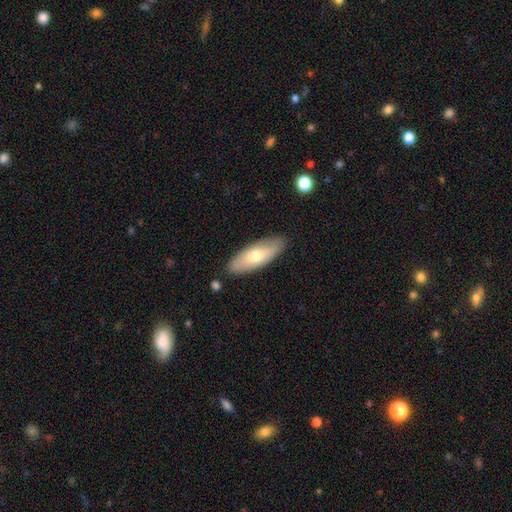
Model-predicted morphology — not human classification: Smooth or featured? smooth (65%)
How rounded? in between (69%)
Merging? none (86%)